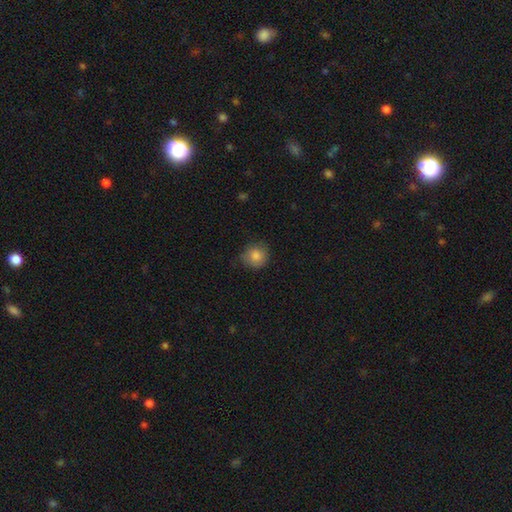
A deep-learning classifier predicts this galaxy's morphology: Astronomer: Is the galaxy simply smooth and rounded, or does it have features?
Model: smooth — 84%.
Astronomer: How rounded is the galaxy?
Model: round — 85%.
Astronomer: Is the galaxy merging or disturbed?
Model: none — 74%.